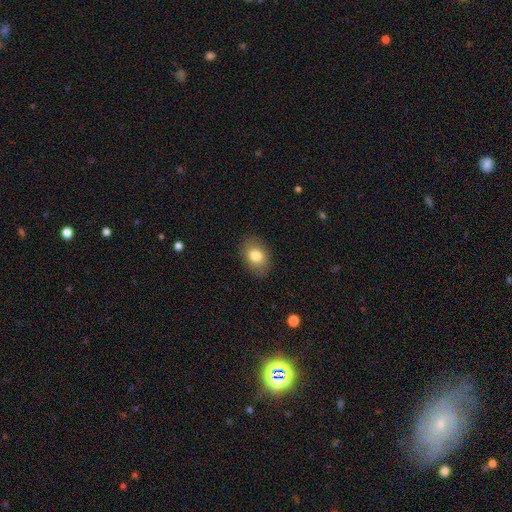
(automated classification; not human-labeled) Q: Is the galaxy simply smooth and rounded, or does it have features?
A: smooth — 80%.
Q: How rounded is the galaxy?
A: in between — 79%.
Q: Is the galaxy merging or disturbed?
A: none — 85%.